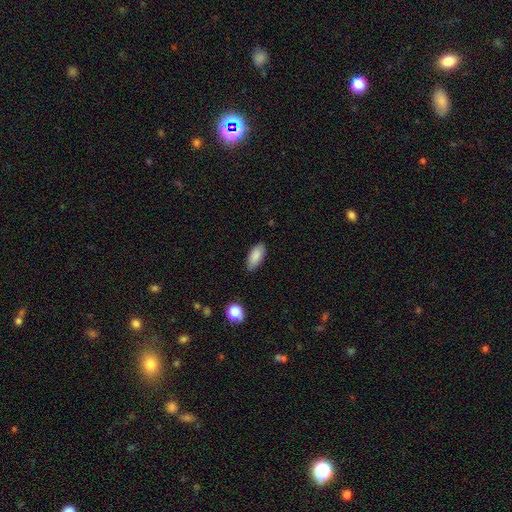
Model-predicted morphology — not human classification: Smooth or featured?
  - smooth: 86% *
  - star or artifact: 7%
  - featured or disk: 7%
How rounded?
  - in between: 89% *
  - cigar-shaped: 9%
  - round: 2%
Merging?
  - none: 82% *
  - minor disturbance: 14%
  - major disturbance: 2%
  - merger: 1%